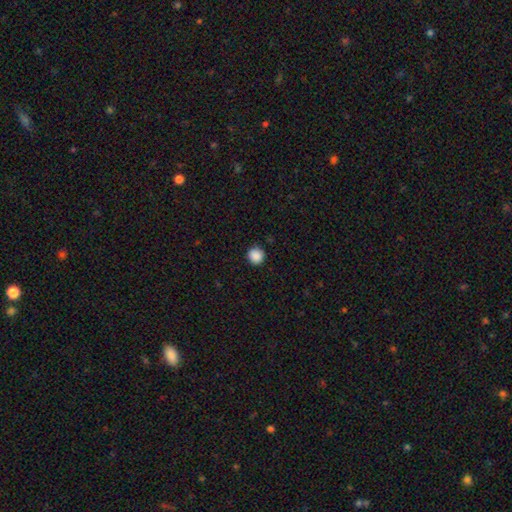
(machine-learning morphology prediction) Smooth or featured: smooth — 89% (star or artifact — 9%)
How rounded: round — 94% (in between — 5%)
Merging: none — 92% (minor disturbance — 6%)